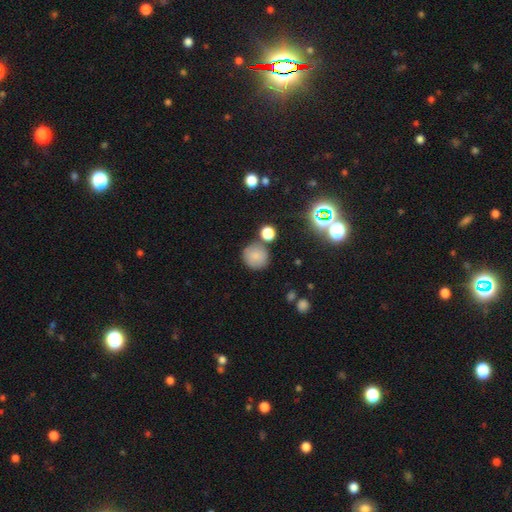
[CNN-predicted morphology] Q: Smooth or featured?
A: smooth (79%); runner-up: star or artifact (13%)
Q: How rounded?
A: round (92%); runner-up: in between (7%)
Q: Merging?
A: none (76%); runner-up: minor disturbance (11%)